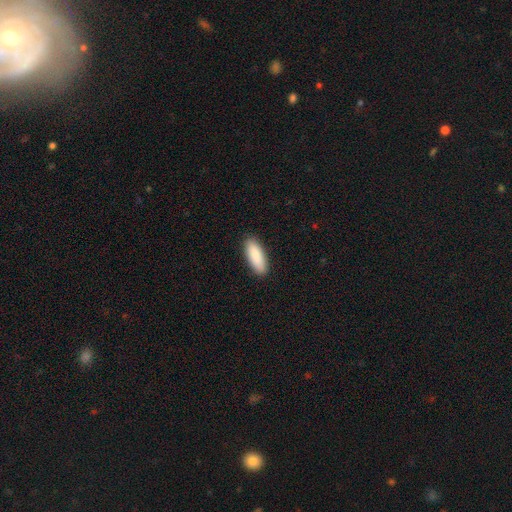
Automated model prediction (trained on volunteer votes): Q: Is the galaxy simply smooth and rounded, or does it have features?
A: smooth — 90%.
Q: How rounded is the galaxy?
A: in between — 67%.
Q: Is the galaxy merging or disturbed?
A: none — 89%.